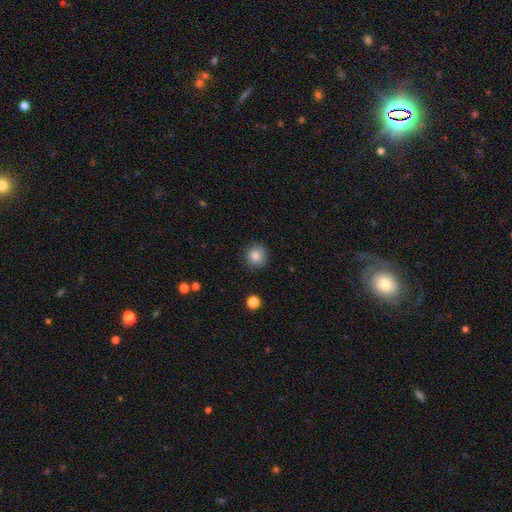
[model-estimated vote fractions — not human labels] A smooth galaxy with no disk features (85%) that is round (91%). Merging: none (87%).